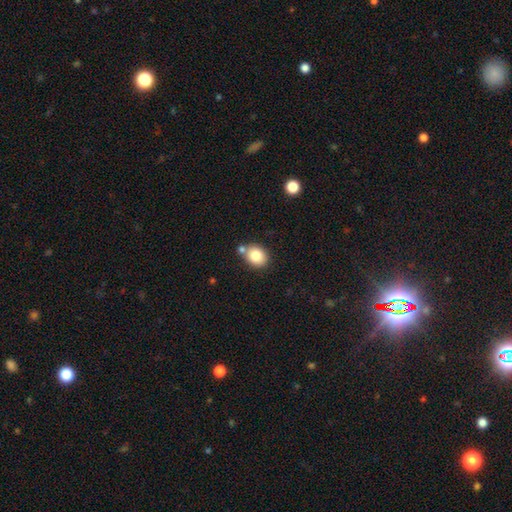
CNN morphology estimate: smooth-or-featured: smooth: 82% | star or artifact: 9% | featured or disk: 9%
  how-rounded: round: 54% | in between: 45% | cigar-shaped: 1%
  merging: none: 67% | merger: 18% | minor disturbance: 12% | major disturbance: 3%